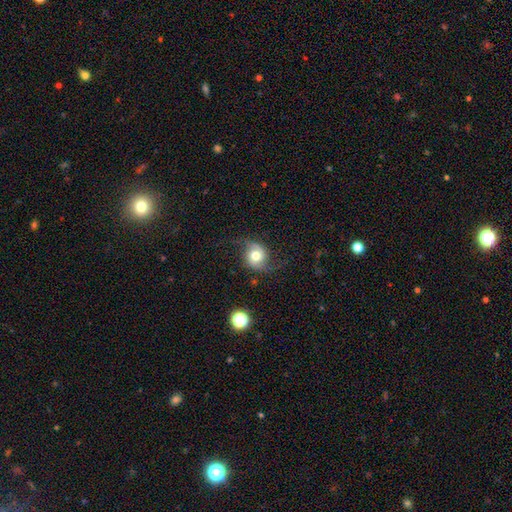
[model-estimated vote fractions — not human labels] Smooth or featured? Predicted: featured or disk (p=0.57). Edge-on disk? Predicted: no (p=0.97). Bar? Predicted: no (p=0.70). Spiral arms? Predicted: yes (p=0.90). Bulge size? Predicted: moderate (p=0.63). Merging? Predicted: none (p=0.66).